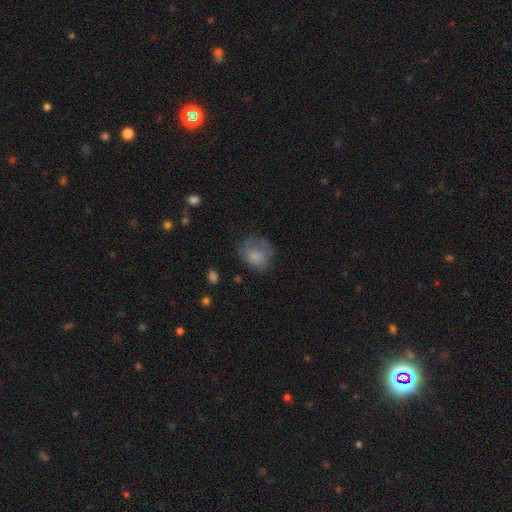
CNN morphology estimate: A smooth galaxy with no disk features (74%) that is round (61%). Merging: none (54%).